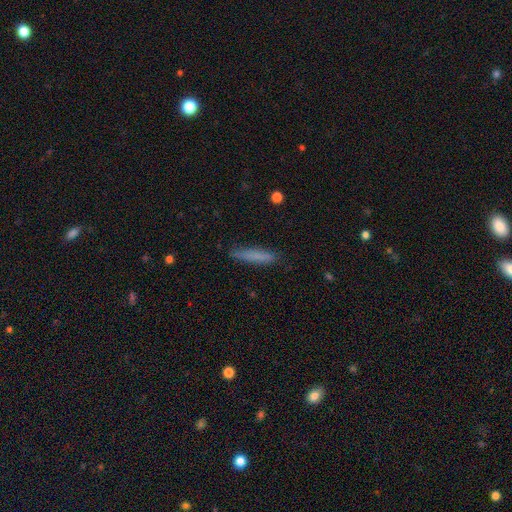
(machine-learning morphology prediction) A smooth galaxy with no disk features (76%) that is cigar-shaped (91%).

Vote fractions:
- Smooth or featured? smooth: 76% / featured or disk: 16% / star or artifact: 7%
- How rounded? cigar-shaped: 91% / in between: 8% / round: 1%
- Merging? none: 84% / minor disturbance: 12% / major disturbance: 2% / merger: 1%